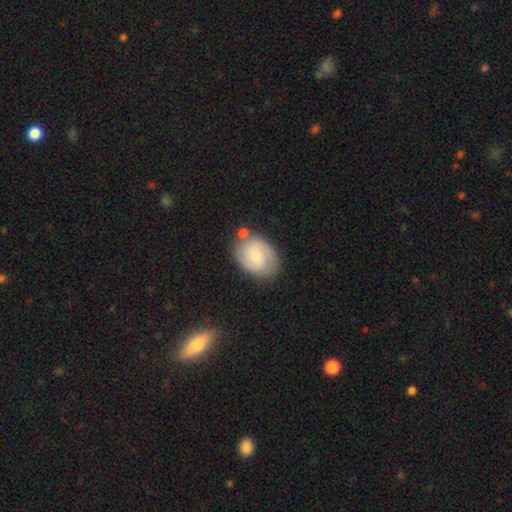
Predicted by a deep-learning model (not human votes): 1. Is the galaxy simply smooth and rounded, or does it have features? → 53% featured or disk, 40% smooth, 7% star or artifact.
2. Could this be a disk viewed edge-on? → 97% no, 3% yes.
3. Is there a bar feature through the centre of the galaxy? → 52% no, 41% weak, 6% strong.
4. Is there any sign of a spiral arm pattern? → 87% yes, 13% no.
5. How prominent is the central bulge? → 62% small, 29% moderate, 5% none, 3% large, 1% dominant.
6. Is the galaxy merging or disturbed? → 69% none, 17% minor disturbance, 8% merger, 5% major disturbance.